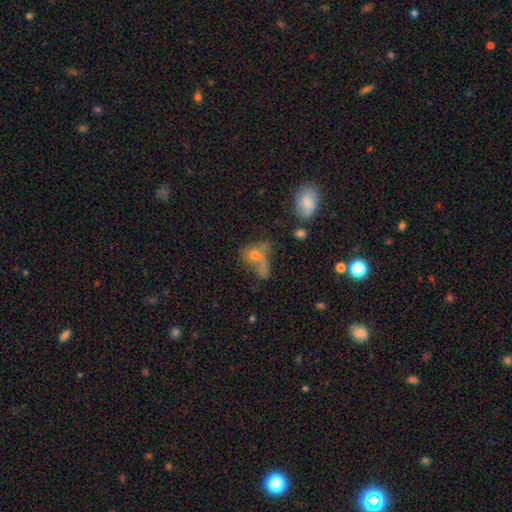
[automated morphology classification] smooth 57%, featured or disk 26%, star or artifact 17%. Down the decision tree: how rounded — in between (65%); merging — merger (46%).